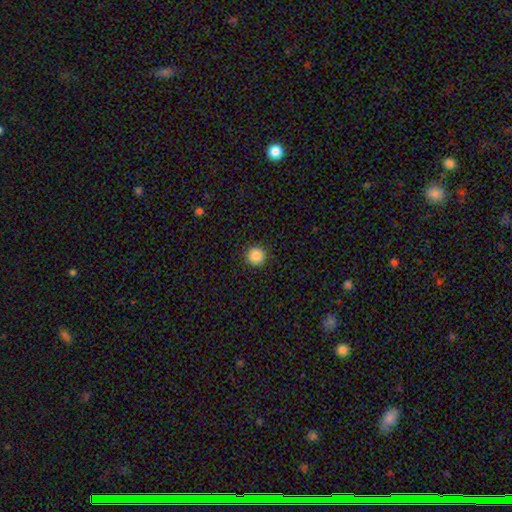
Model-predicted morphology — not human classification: type=smooth (87%); roundness=round (96%); merging=none (93%).